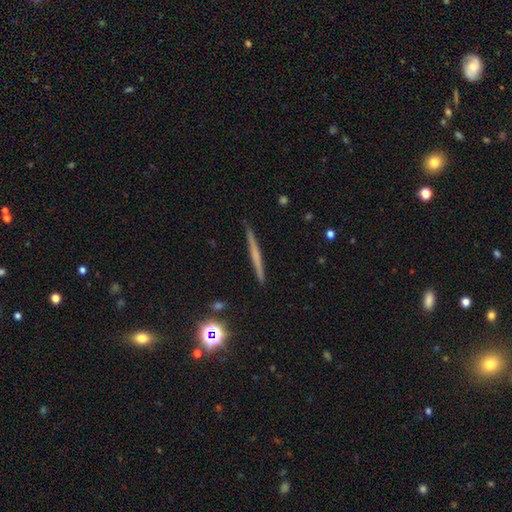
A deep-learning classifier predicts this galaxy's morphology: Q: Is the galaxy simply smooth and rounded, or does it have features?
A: featured or disk — 50%.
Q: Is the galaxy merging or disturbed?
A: none — 91%.